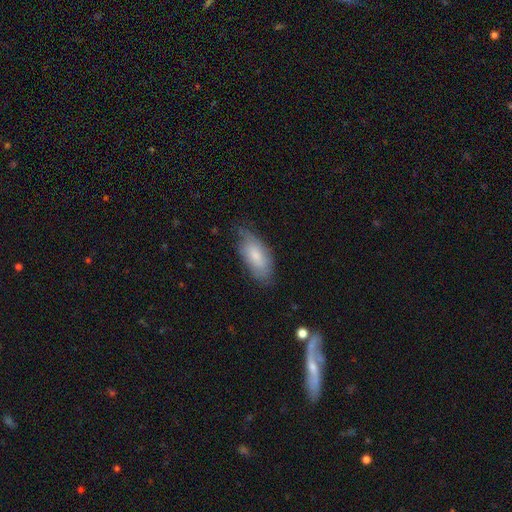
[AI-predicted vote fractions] smooth_or_featured: smooth (p=0.68) [alt: featured or disk p=0.26]
how_rounded: in between (p=0.86) [alt: cigar-shaped p=0.12]
merging: none (p=0.62) [alt: minor disturbance p=0.29]